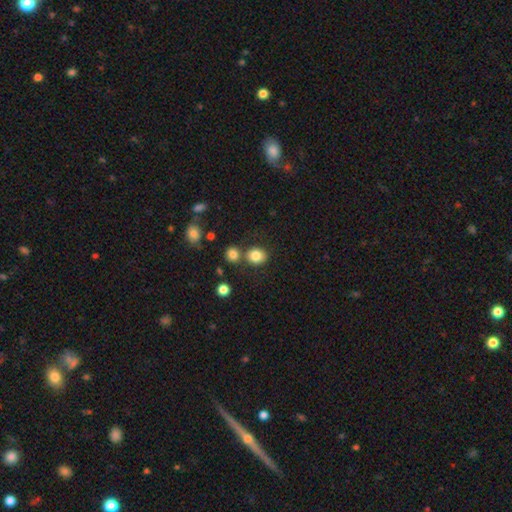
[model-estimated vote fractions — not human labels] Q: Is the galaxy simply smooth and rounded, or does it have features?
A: smooth — 83%.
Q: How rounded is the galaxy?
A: round — 72%.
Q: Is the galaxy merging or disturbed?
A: none — 69%.